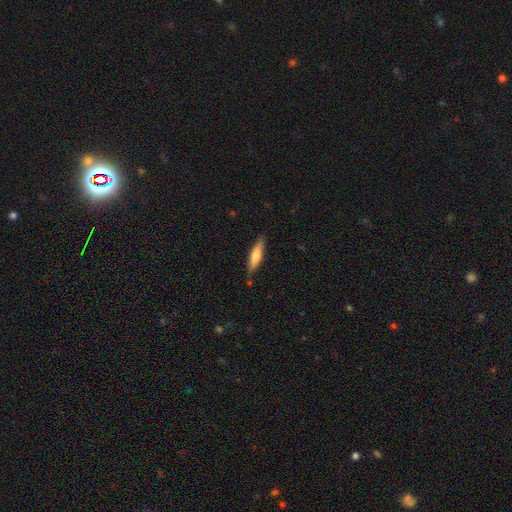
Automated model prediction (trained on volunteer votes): A smooth galaxy with no disk features (62%) that is cigar-shaped (79%). Merging: none (84%).